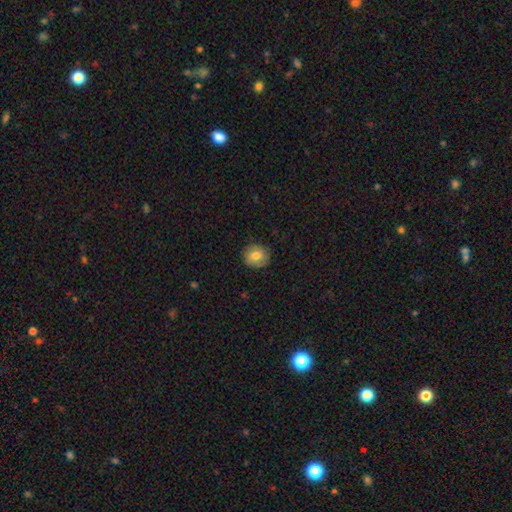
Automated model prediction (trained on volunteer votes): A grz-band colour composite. It shows a smooth galaxy with no disk features (73%) that is round (77%). Merging: none (86%).